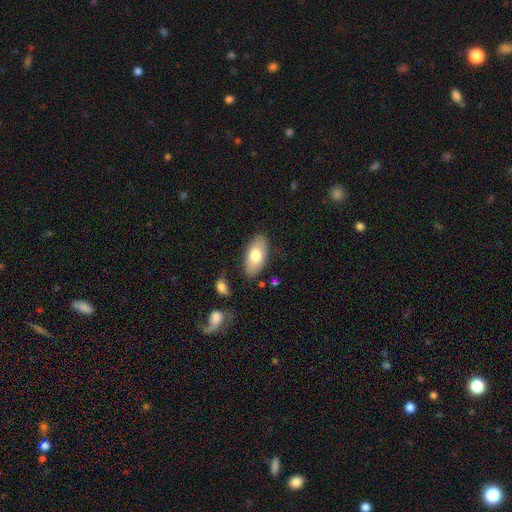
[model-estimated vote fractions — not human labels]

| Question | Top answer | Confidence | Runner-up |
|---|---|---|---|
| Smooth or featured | smooth | 74% | featured or disk (20%) |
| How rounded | in between | 92% | cigar-shaped (5%) |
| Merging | none | 84% | minor disturbance (11%) |